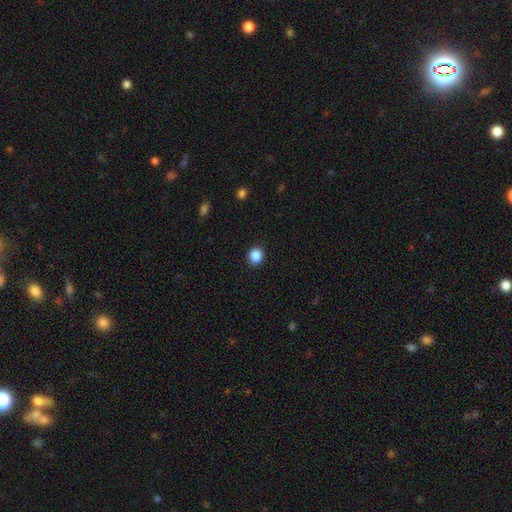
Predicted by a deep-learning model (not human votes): A smooth galaxy with no disk features (87%) that is round (88%). Merging: none (92%).